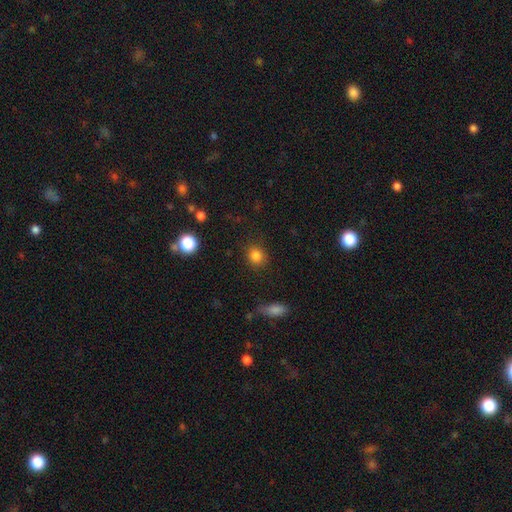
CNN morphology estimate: Smooth or featured?
  - smooth: 84% *
  - star or artifact: 11%
  - featured or disk: 5%
How rounded?
  - round: 78% *
  - in between: 21%
  - cigar-shaped: 1%
Merging?
  - none: 85% *
  - minor disturbance: 10%
  - major disturbance: 3%
  - merger: 2%